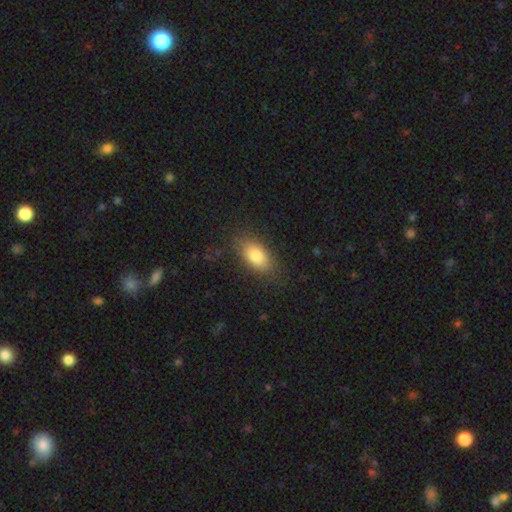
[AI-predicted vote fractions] Morphology: type=smooth (83%); roundness=in between (90%); merging=none (82%).